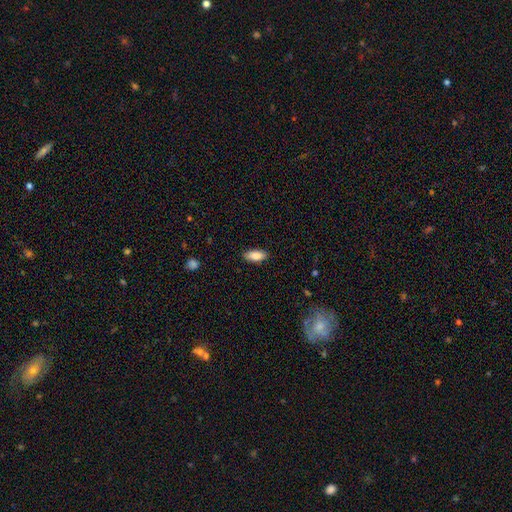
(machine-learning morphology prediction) Q: Smooth or featured?
A: smooth (87%); runner-up: featured or disk (7%)
Q: How rounded?
A: in between (85%); runner-up: cigar-shaped (13%)
Q: Merging?
A: none (87%); runner-up: minor disturbance (10%)